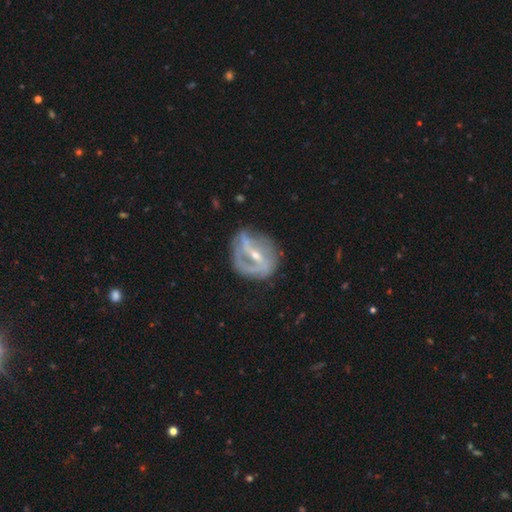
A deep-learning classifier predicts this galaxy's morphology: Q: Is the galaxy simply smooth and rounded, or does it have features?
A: featured or disk — 83%.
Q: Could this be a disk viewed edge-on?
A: no — 93%.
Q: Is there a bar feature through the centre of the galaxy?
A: strong — 61%.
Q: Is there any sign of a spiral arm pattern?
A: yes — 77%.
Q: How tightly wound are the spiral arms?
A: medium — 39%.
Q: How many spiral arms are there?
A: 2 — 60%.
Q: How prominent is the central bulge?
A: small — 58%.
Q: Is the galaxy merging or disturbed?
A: none — 58%.